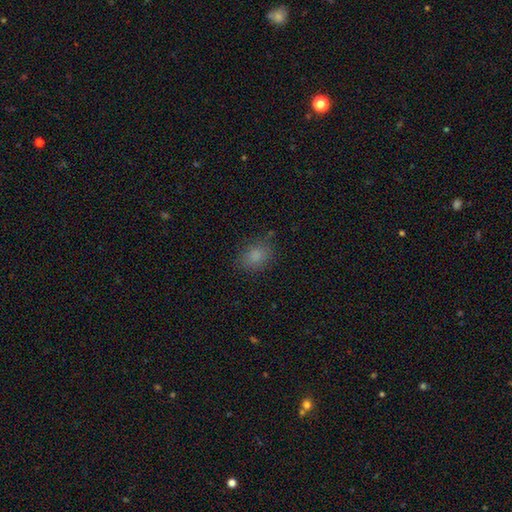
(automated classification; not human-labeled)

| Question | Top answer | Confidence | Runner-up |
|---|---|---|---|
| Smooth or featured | smooth | 82% | star or artifact (12%) |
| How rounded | in between | 66% | round (32%) |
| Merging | none | 81% | minor disturbance (14%) |